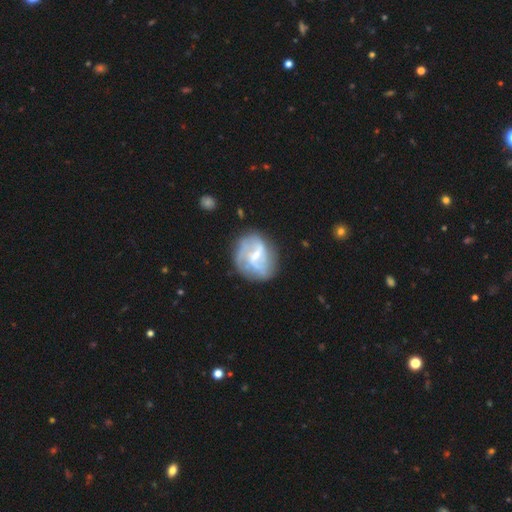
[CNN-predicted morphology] Smooth or featured: featured or disk — 73% (smooth — 20%)
Edge-on disk: no — 97% (yes — 3%)
Bar: weak — 55% (strong — 24%)
Spiral arms: yes — 82% (no — 18%)
Spiral winding: loose — 42% (medium — 39%)
Spiral arm count: 2 — 54% (can't tell — 23%)
Bulge size: small — 52% (moderate — 31%)
Merging: none — 59% (minor disturbance — 22%)